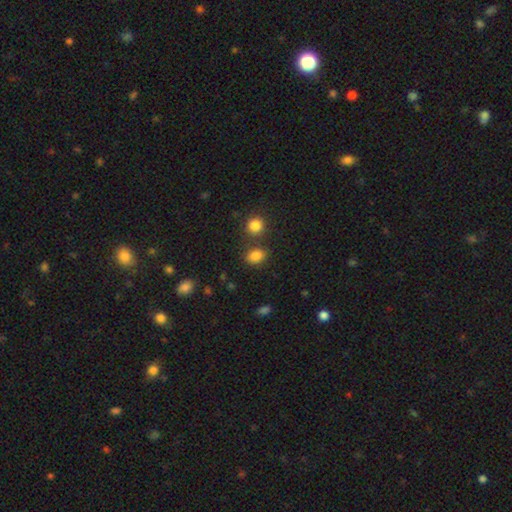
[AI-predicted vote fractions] A smooth galaxy with no disk features (83%) that is in between round and cigar-shaped (61%). Merging: none (70%).